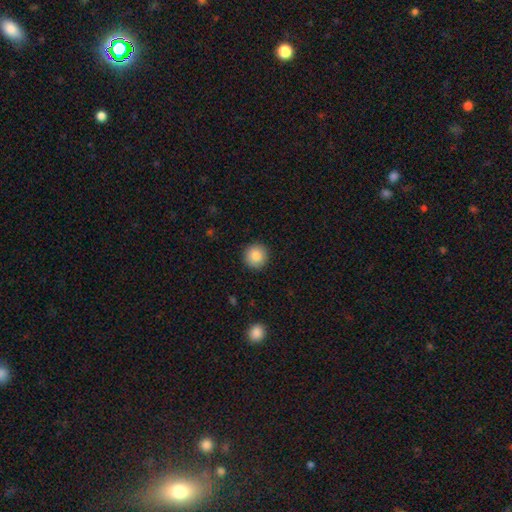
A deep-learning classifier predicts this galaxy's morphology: Smooth or featured: smooth — 86% (star or artifact — 9%)
How rounded: round — 95% (in between — 4%)
Merging: none — 92% (minor disturbance — 5%)